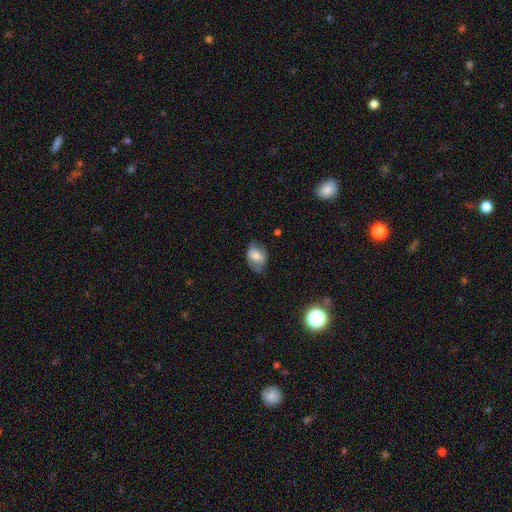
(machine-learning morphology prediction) The model was most divided on "merging": none: 61%, minor disturbance: 28%, major disturbance: 9%, merger: 2%. More confident: how rounded — in between (76%); smooth or featured — smooth (65%).